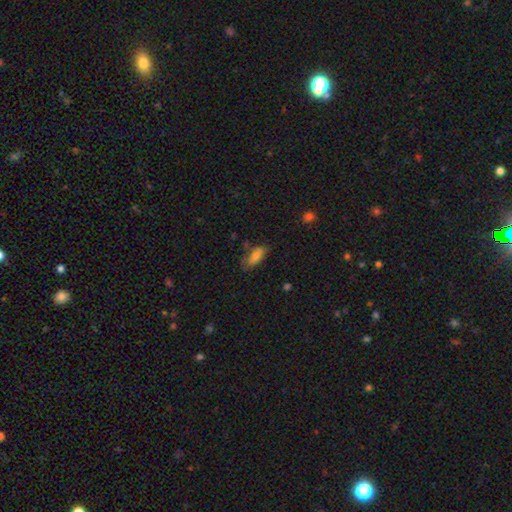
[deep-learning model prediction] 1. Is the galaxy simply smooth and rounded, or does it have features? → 77% smooth, 14% featured or disk, 9% star or artifact.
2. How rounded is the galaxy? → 78% in between, 20% cigar-shaped, 3% round.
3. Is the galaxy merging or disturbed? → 66% none, 24% minor disturbance, 6% major disturbance, 4% merger.